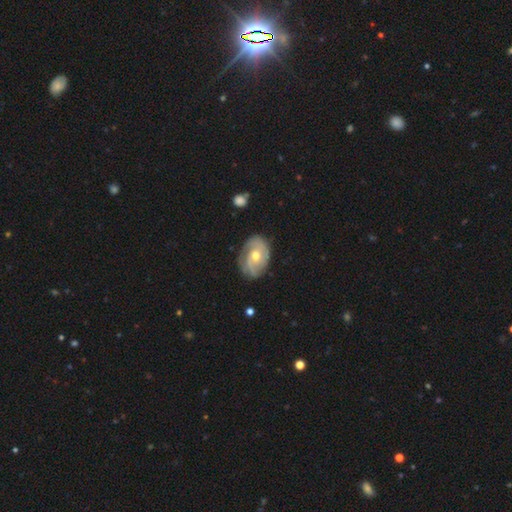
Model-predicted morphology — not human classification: type=featured or disk (75%); edge-on=no (96%); bar=no (68%); spiral arms=yes (90%); winding=tight (47%); arm count=2 (45%); bulge=moderate (69%); merging=none (70%).